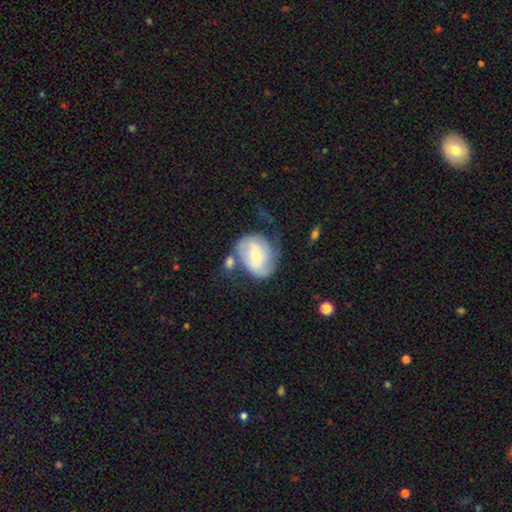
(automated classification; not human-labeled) This is possibly a featured or disk galaxy (48%). Merging: marginally none (34%).